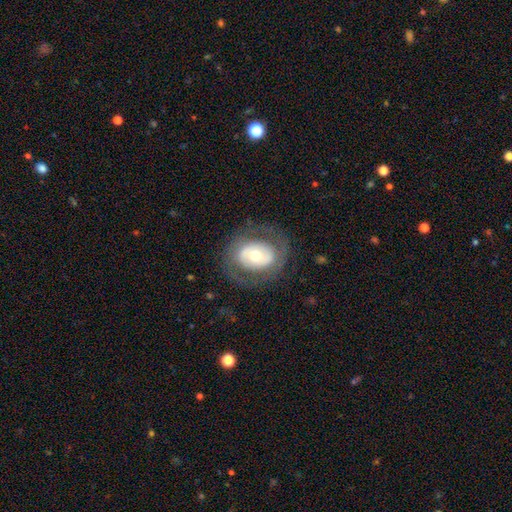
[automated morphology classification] A featured or disk galaxy (55%) with no bar (66%), no spiral arms (64%) and a moderate central bulge (60%).

Vote fractions:
- Smooth or featured? featured or disk: 55% / smooth: 37% / star or artifact: 7%
- Edge-on disk? no: 95% / yes: 5%
- Bar? no: 66% / weak: 22% / strong: 12%
- Spiral arms? no: 64% / yes: 36%
- Bulge size? moderate: 60% / small: 27% / large: 10% / dominant: 2% / none: 1%
- Merging? none: 74% / minor disturbance: 13% / major disturbance: 12% / merger: 1%